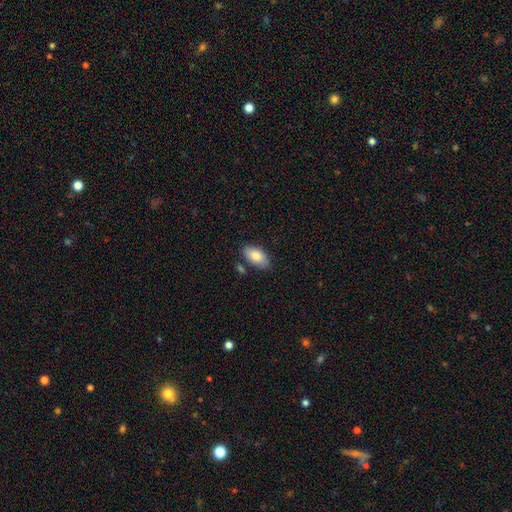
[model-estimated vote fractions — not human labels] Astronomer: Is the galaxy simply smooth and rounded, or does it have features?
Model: smooth — 83%.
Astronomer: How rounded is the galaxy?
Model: in between — 94%.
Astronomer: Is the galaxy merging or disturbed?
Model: none — 78%.